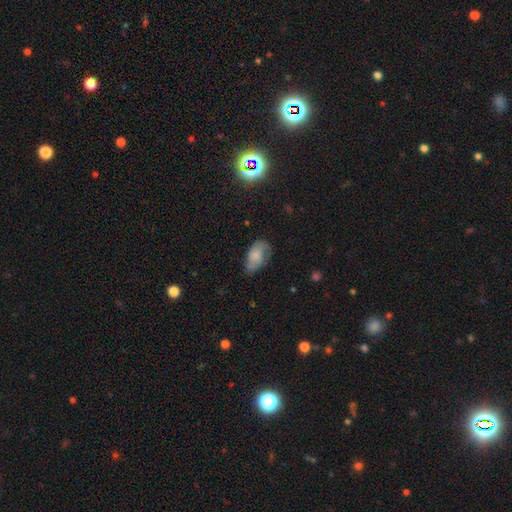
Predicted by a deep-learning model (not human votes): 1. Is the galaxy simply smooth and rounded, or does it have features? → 65% smooth, 26% featured or disk, 9% star or artifact.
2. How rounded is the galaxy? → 92% in between, 6% round, 3% cigar-shaped.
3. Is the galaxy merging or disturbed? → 51% none, 33% minor disturbance, 14% major disturbance, 2% merger.